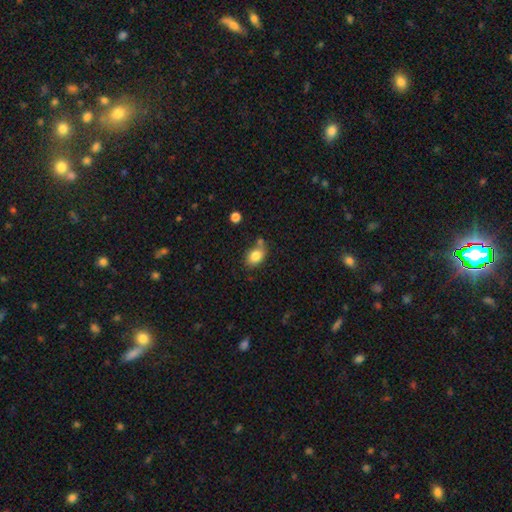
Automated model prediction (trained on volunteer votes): A smooth galaxy with no disk features (83%) that is in between round and cigar-shaped (77%).

Vote fractions:
- Smooth or featured? smooth: 83% / star or artifact: 9% / featured or disk: 8%
- How rounded? in between: 77% / round: 22% / cigar-shaped: 1%
- Merging? none: 64% / minor disturbance: 17% / merger: 15% / major disturbance: 4%